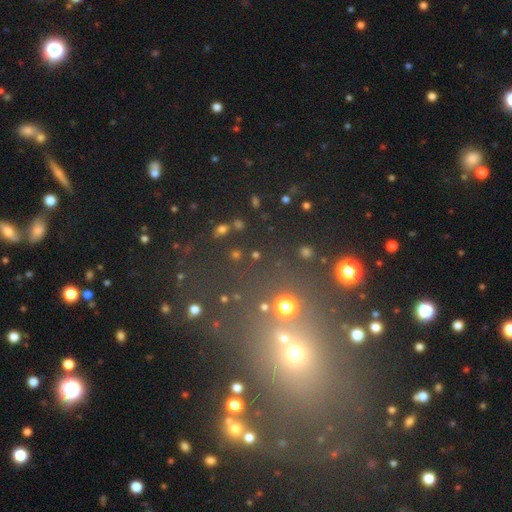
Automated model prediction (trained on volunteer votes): Overall: star or artifact (47%; smooth 42%).